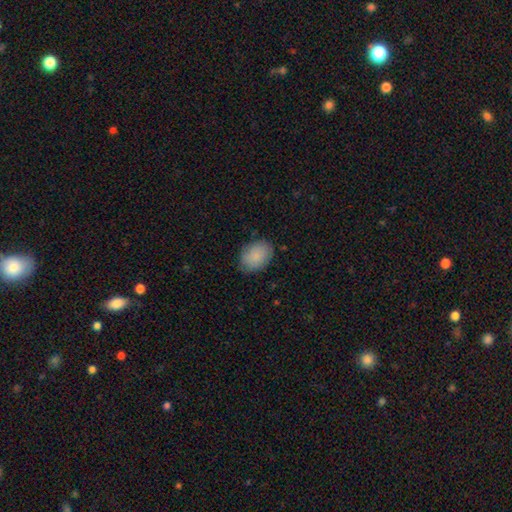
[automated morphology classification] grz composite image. It shows a smooth galaxy with no disk features (87%) that is in between round and cigar-shaped (75%). Merging: none (81%).